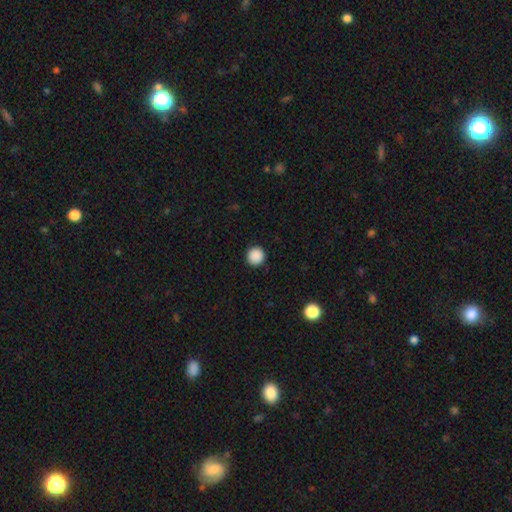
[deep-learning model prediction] smooth-or-featured: smooth: 89% | star or artifact: 9% | featured or disk: 2%
  how-rounded: round: 95% | in between: 4% | cigar-shaped: 1%
  merging: none: 93% | minor disturbance: 5% | major disturbance: 2% | merger: 1%